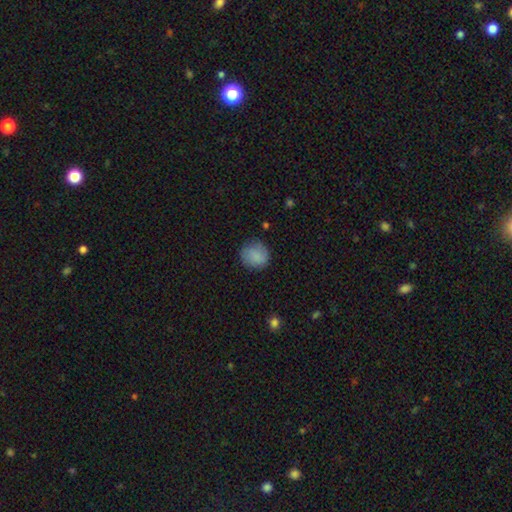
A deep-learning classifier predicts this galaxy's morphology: smooth_or_featured: smooth (p=0.85) [alt: star or artifact p=0.08]
how_rounded: round (p=0.85) [alt: in between p=0.14]
merging: none (p=0.79) [alt: minor disturbance p=0.15]